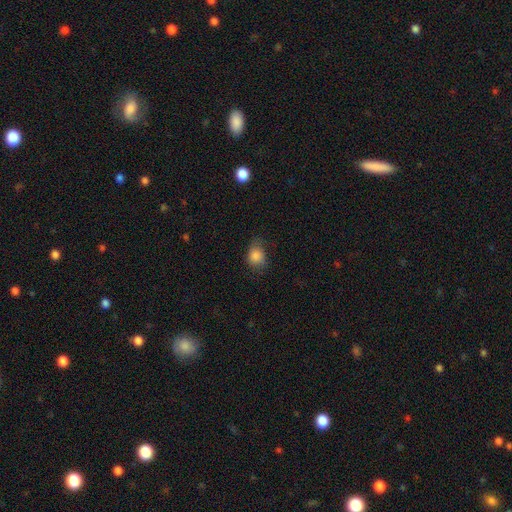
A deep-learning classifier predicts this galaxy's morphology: A smooth galaxy with no disk features (84%) that is round (56%).

Vote fractions:
- Smooth or featured? smooth: 84% / star or artifact: 10% / featured or disk: 7%
- How rounded? round: 56% / in between: 43% / cigar-shaped: 1%
- Merging? none: 56% / minor disturbance: 31% / major disturbance: 12% / merger: 1%